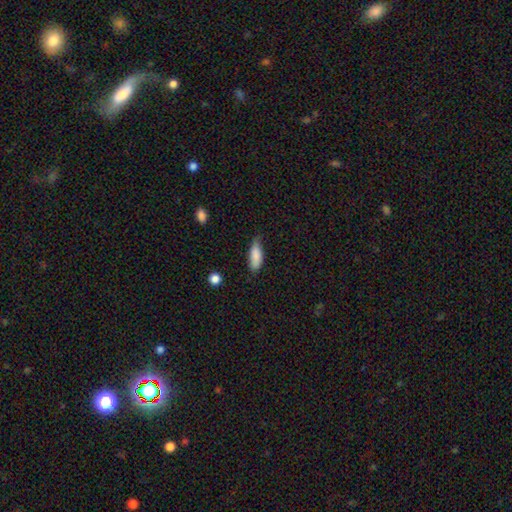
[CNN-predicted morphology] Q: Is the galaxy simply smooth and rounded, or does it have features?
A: smooth — 85%.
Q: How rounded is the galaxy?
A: in between — 69%.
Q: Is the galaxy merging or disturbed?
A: none — 57%.